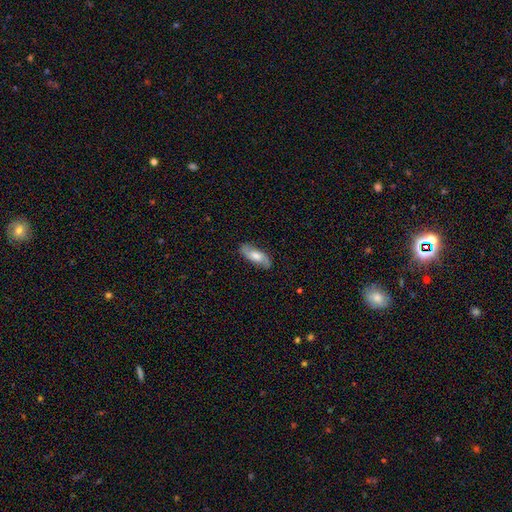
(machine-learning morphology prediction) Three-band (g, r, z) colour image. It shows a featured or disk galaxy (54%). Merging: none (84%).